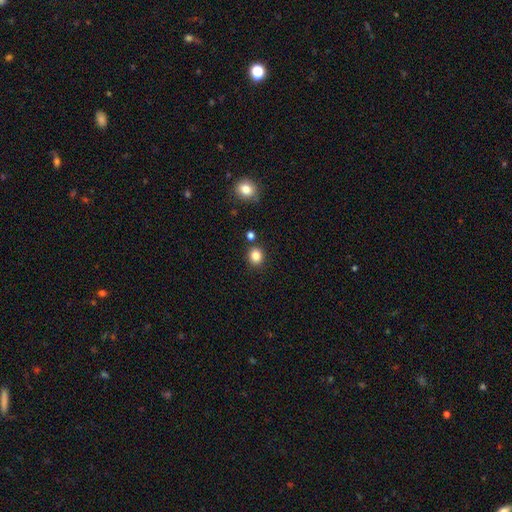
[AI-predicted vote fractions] A smooth galaxy with no disk features (84%) that is round (75%). Merging: none (83%).